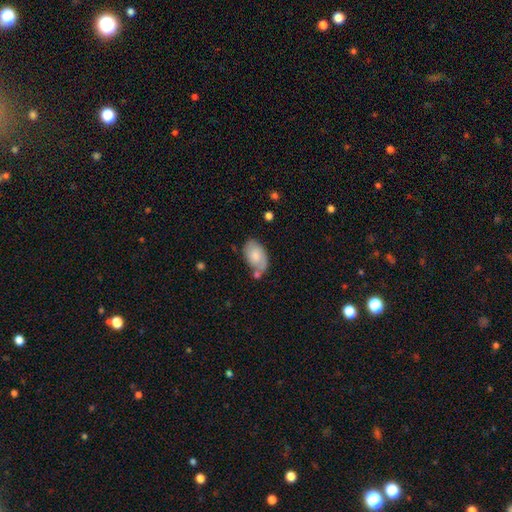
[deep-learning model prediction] Smooth or featured: smooth — 68% (featured or disk — 25%)
How rounded: in between — 92% (round — 7%)
Merging: none — 56% (minor disturbance — 24%)